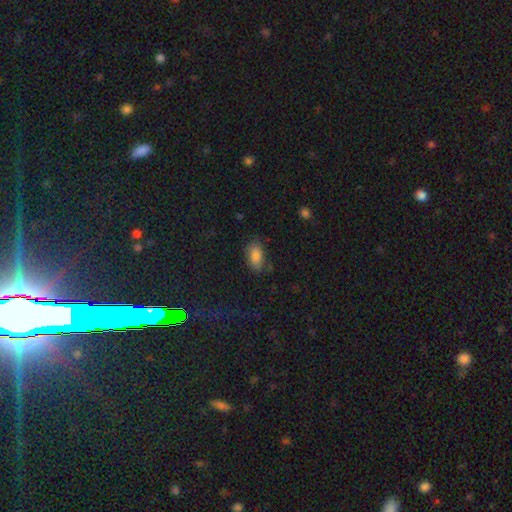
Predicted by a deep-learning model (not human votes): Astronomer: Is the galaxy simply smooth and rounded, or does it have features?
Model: smooth — 84%.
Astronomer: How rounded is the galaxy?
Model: in between — 91%.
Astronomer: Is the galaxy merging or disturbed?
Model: none — 71%.